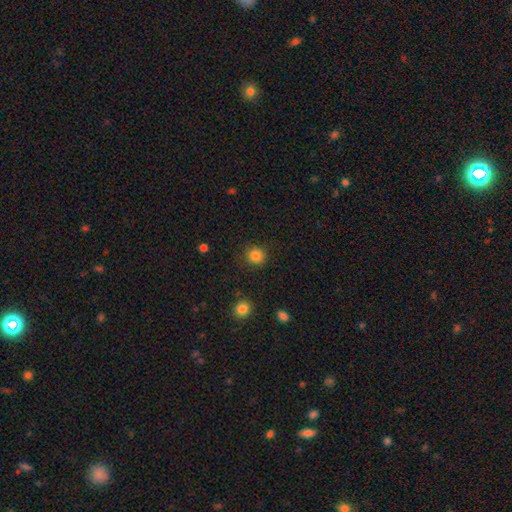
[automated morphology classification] smooth 85%, star or artifact 11%, featured or disk 4%. Down the decision tree: how rounded — round (91%); merging — none (89%).